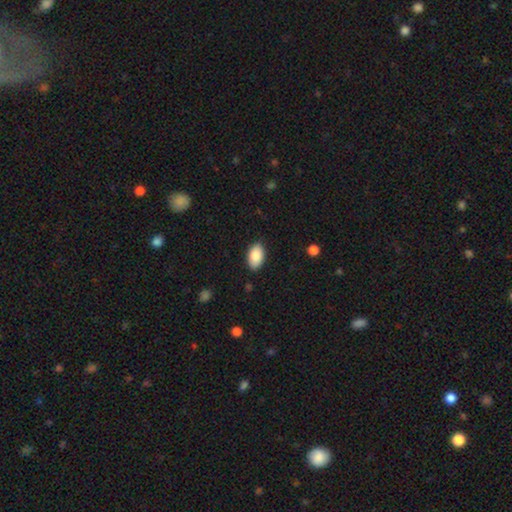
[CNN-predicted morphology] smooth-or-featured: smooth: 89% | star or artifact: 6% | featured or disk: 5%
  how-rounded: in between: 94% | round: 4% | cigar-shaped: 1%
  merging: none: 86% | minor disturbance: 11% | major disturbance: 2% | merger: 1%